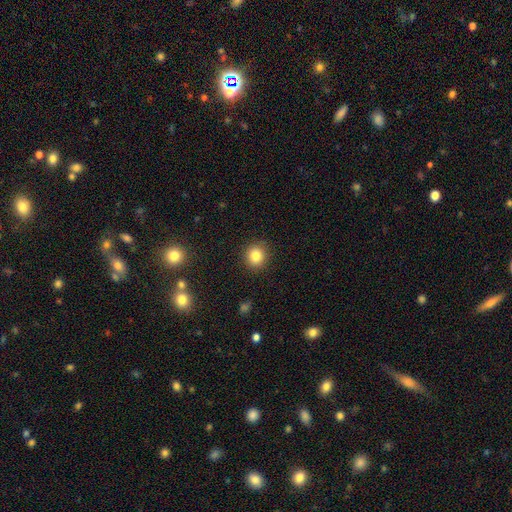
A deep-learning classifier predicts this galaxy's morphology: Smooth or featured?
  - smooth: 83% *
  - star or artifact: 11%
  - featured or disk: 6%
How rounded?
  - round: 85% *
  - in between: 14%
  - cigar-shaped: 1%
Merging?
  - none: 90% *
  - minor disturbance: 7%
  - major disturbance: 2%
  - merger: 1%